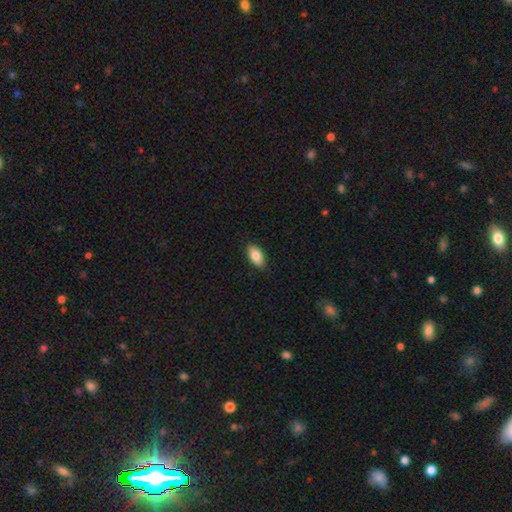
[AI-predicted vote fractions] Smooth or featured? Predicted: smooth (p=0.83). How rounded? Predicted: in between (p=0.92). Merging? Predicted: none (p=0.88).